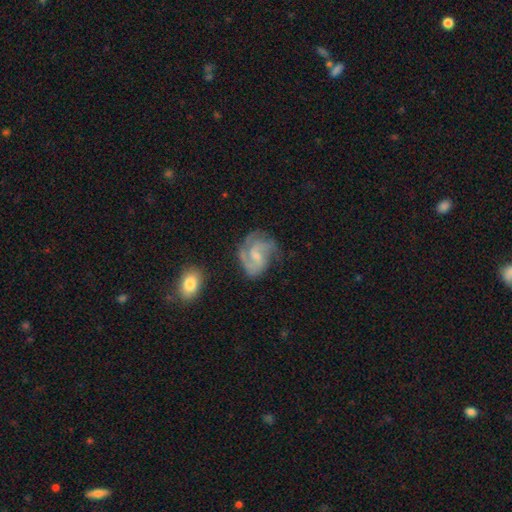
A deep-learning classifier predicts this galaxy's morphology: featured or disk 80%, smooth 13%, star or artifact 7%. Down the decision tree: edge-on disk — no (98%); bar — weak (50%); spiral arms — yes (93%); spiral arm count — 2 (50%); spiral winding — medium (49%); bulge size — small (49%); merging — none (54%).